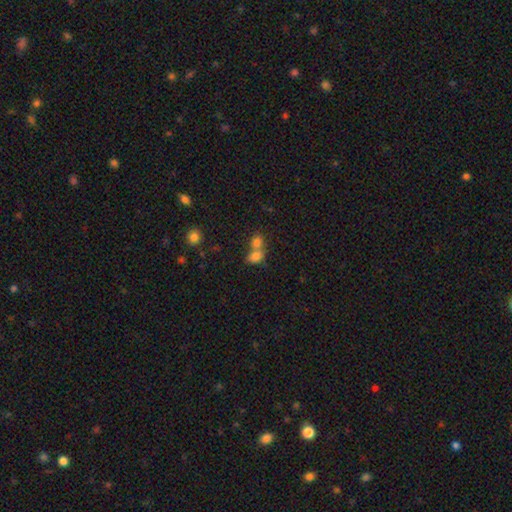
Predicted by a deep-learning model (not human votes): Smooth or featured? Predicted: smooth (p=0.79). How rounded? Predicted: in between (p=0.67). Merging? Predicted: merger (p=0.63).